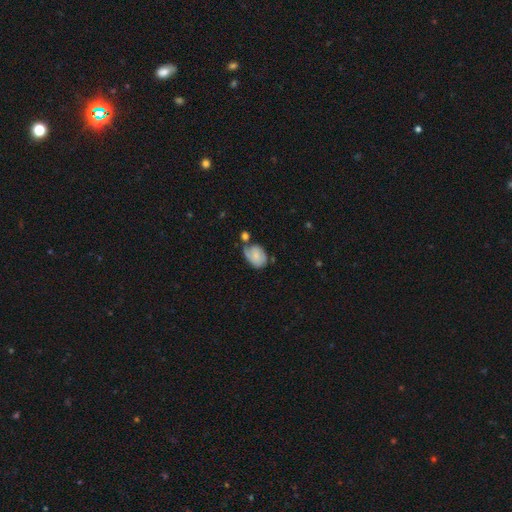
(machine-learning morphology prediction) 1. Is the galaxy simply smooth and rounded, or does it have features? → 54% smooth, 38% featured or disk, 8% star or artifact.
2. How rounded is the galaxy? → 74% in between, 25% round, 1% cigar-shaped.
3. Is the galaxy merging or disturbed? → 37% none, 29% minor disturbance, 17% merger, 17% major disturbance.